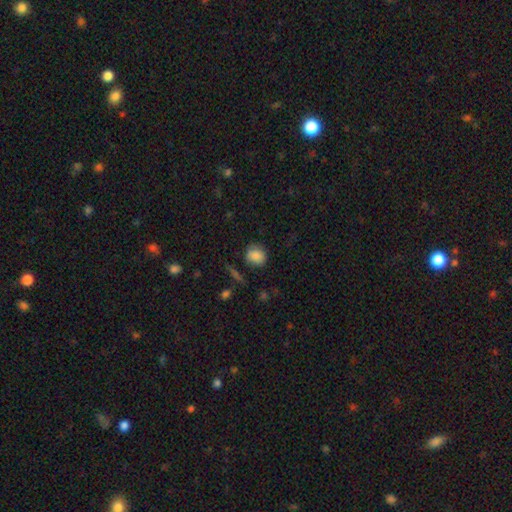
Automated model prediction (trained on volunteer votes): Morphology: type=smooth (85%); roundness=round (66%); merging=none (72%).